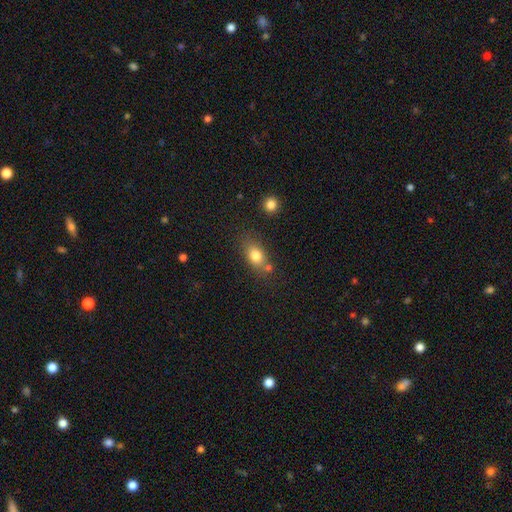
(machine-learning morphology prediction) Overall: smooth (79%). How rounded: in between (71%). Merging: none (60%).